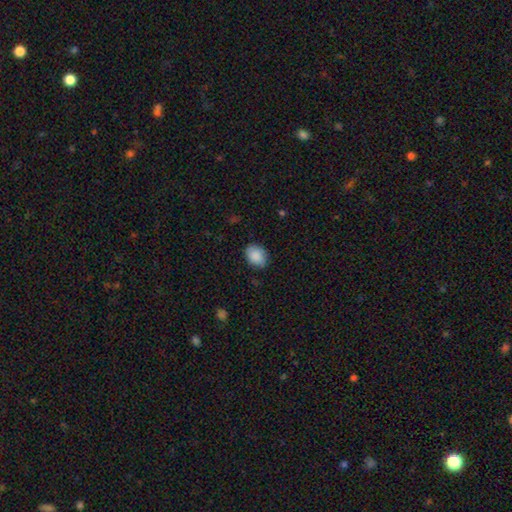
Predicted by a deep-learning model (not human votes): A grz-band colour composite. It shows a smooth galaxy with no disk features (88%) that is in between round and cigar-shaped (67%). Merging: none (82%).